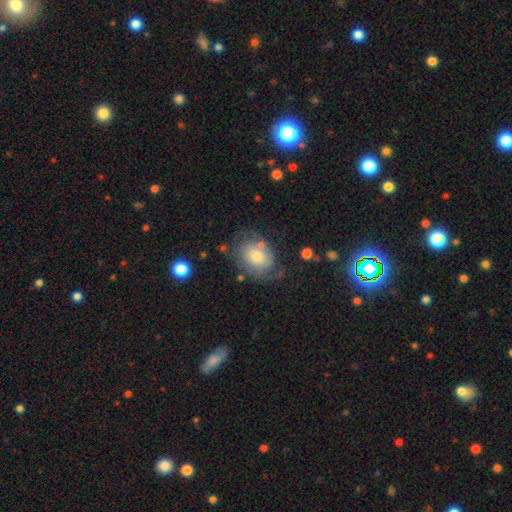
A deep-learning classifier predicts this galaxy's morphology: Overall: featured or disk (55%; smooth 36%). Edge-on disk: no (96%). Bar: no (77%). Spiral arms: yes (77%). Bulge size: moderate (47%; small 39%). Merging: none (60%; minor disturbance 22%).